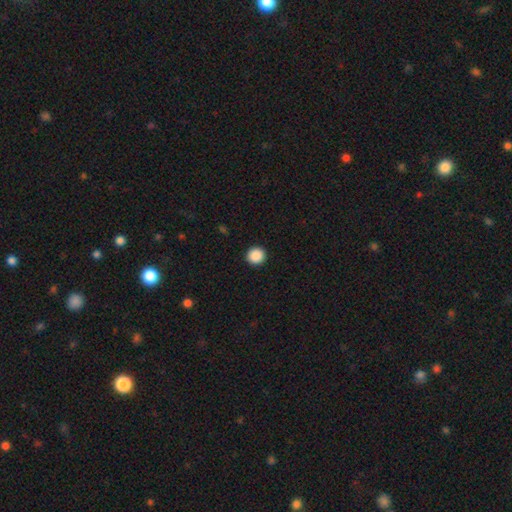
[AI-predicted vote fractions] smooth-or-featured: smooth: 89% | star or artifact: 9% | featured or disk: 2%
  how-rounded: round: 95% | in between: 4% | cigar-shaped: 1%
  merging: none: 94% | minor disturbance: 4% | major disturbance: 1% | merger: 1%